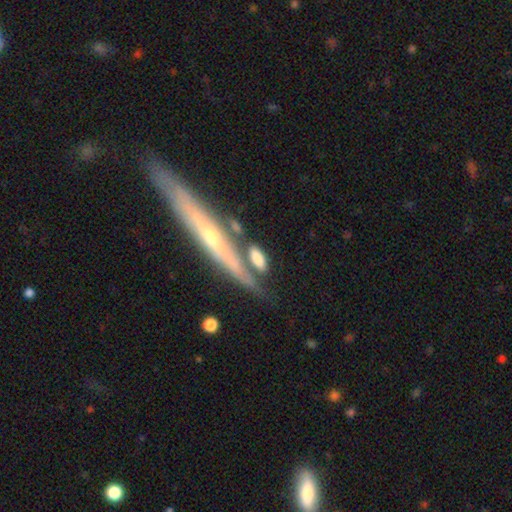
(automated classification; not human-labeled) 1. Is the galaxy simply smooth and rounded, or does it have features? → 72% smooth, 21% featured or disk, 6% star or artifact.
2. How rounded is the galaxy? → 63% in between, 32% cigar-shaped, 5% round.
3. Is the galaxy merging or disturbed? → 57% none, 21% merger, 16% minor disturbance, 7% major disturbance.